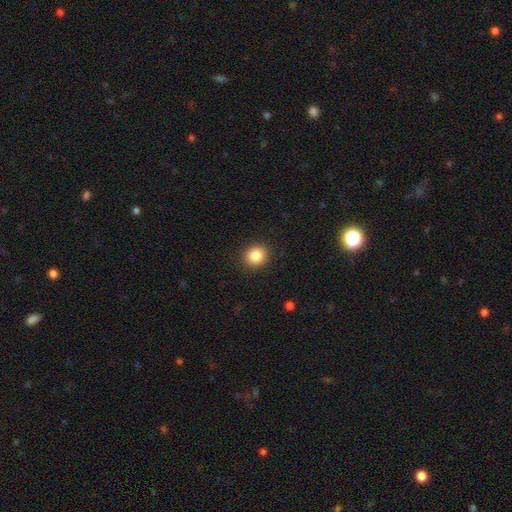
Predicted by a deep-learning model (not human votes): smooth_or_featured: smooth (p=0.85) [alt: star or artifact p=0.10]
how_rounded: round (p=0.82) [alt: in between p=0.17]
merging: none (p=0.91) [alt: minor disturbance p=0.06]